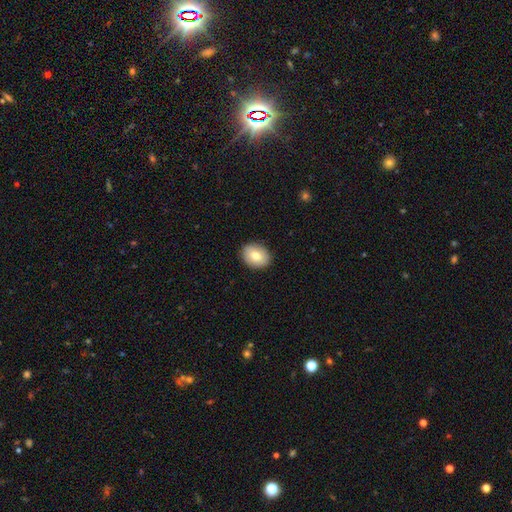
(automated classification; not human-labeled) This is likely a smooth galaxy (77%). How rounded: possibly in between (56%). Merging: clearly none (90%).